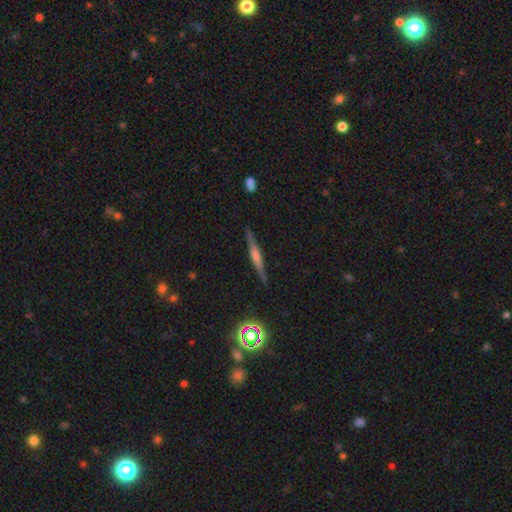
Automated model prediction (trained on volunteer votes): This appears to be a featured or disk galaxy (69%) viewed edge-on (98%) with a rounded central bulge (69%). Merging: none (90%).